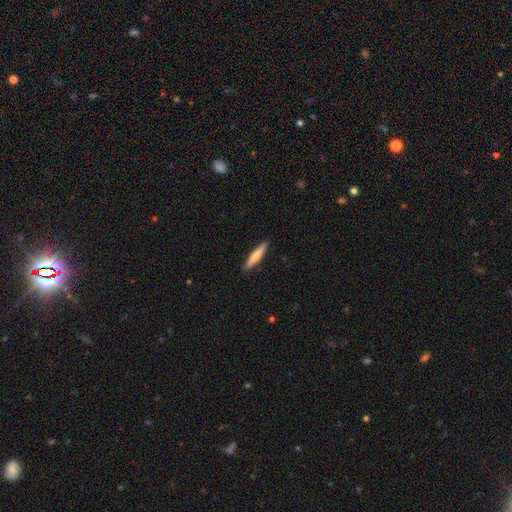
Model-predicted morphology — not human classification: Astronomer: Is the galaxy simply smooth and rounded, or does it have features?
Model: smooth — 72%.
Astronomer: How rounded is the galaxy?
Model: cigar-shaped — 89%.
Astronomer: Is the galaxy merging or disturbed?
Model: none — 90%.